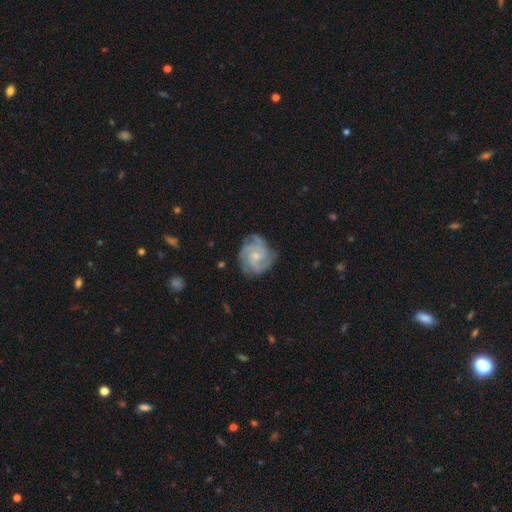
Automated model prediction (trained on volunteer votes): smooth-or-featured: featured or disk: 82% | smooth: 12% | star or artifact: 6%
  disk-edge-on: no: 98% | yes: 2%
    bar: no: 74% | weak: 23% | strong: 3%
    has-spiral-arms: yes: 95% | no: 5%
      spiral-winding: tight: 60% | medium: 33% | loose: 7%
      spiral-arm-count: 3: 29% | 4: 24% | can't tell: 23% | 2: 11% | more than 4: 7% | 1: 6%
    bulge-size: small: 61% | moderate: 33% | none: 4% | large: 1% | dominant: 1%
  merging: none: 73% | minor disturbance: 19% | major disturbance: 6% | merger: 1%